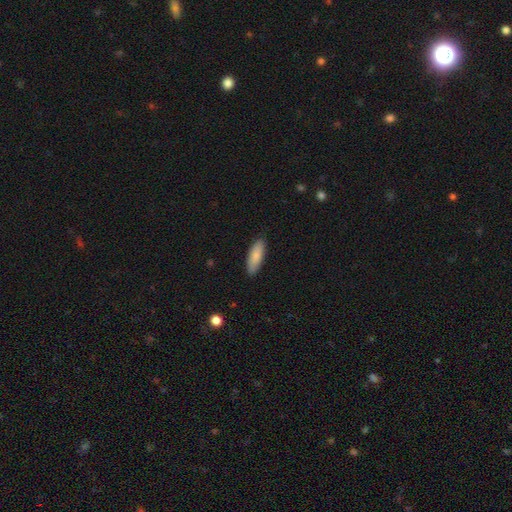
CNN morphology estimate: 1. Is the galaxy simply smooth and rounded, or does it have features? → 85% smooth, 9% featured or disk, 5% star or artifact.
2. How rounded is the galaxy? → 61% in between, 37% cigar-shaped, 2% round.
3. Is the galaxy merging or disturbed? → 88% none, 10% minor disturbance, 2% major disturbance, 1% merger.